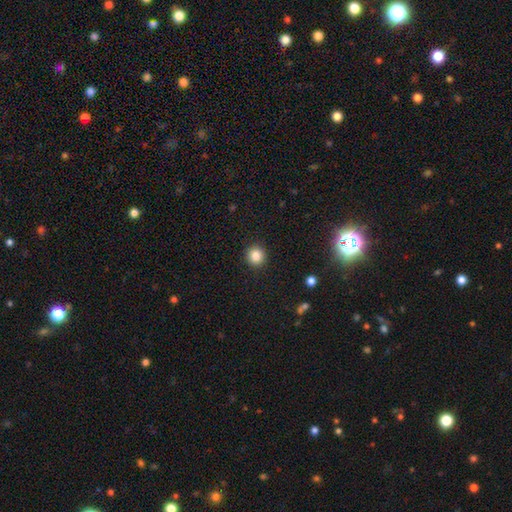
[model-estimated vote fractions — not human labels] This is clearly a smooth galaxy (85%). How rounded: clearly round (94%). Merging: clearly none (93%).